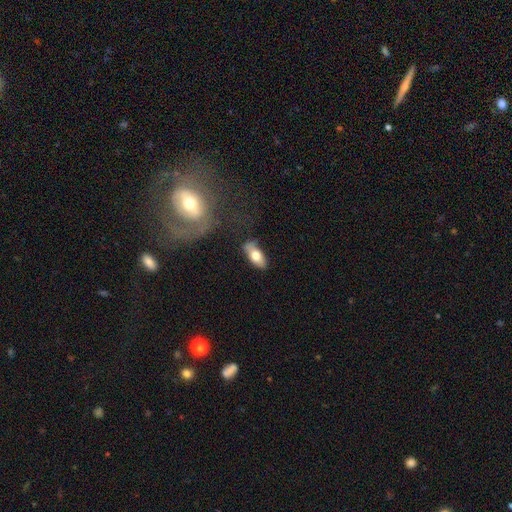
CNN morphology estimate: Overall: smooth (67%). How rounded: in between (84%). Merging: none (72%).